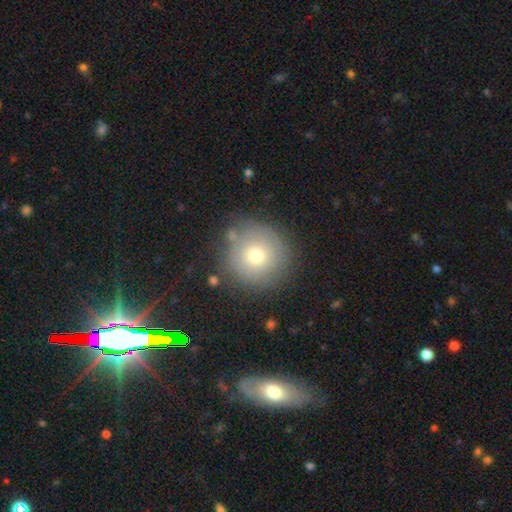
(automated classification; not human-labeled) This appears to be a smooth galaxy with no disk features (68%) that is round (95%). Merging: none (80%).